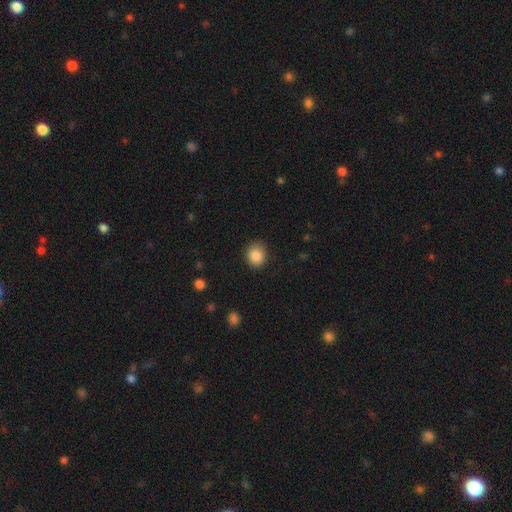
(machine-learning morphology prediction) smooth 87%, star or artifact 9%, featured or disk 4%. Down the decision tree: how rounded — round (69%); merging — none (85%).